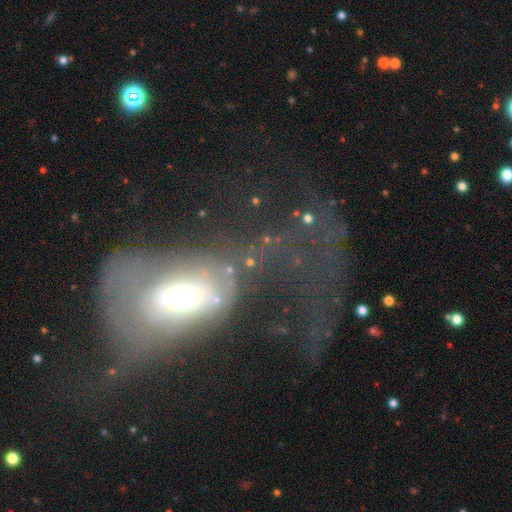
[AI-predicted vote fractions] This is marginally a featured or disk galaxy (44%). Merging: likely major disturbance (70%).